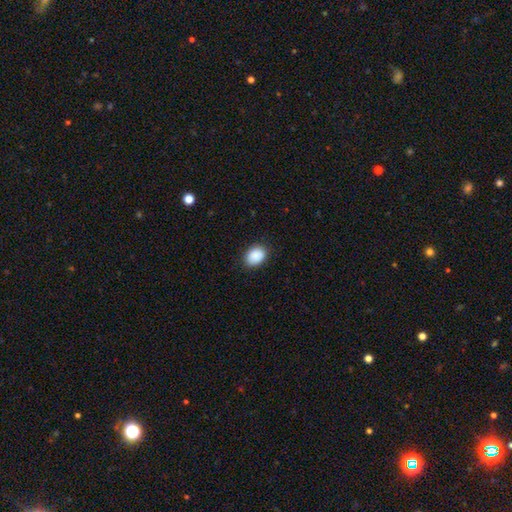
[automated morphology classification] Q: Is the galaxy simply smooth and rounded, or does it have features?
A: smooth — 90%.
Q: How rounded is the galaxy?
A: in between — 71%.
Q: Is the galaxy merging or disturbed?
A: none — 86%.